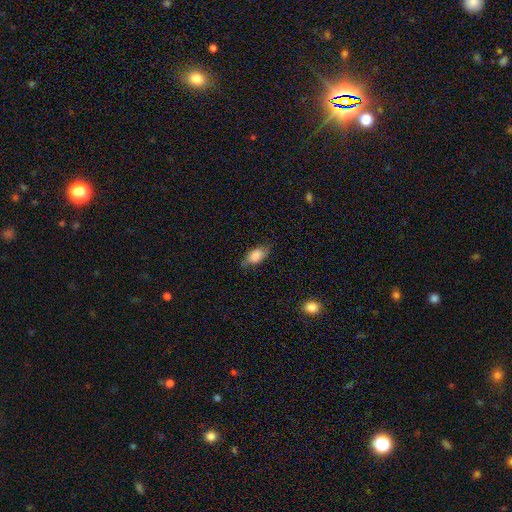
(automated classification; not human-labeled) The model was most divided on "merging": none: 67%, minor disturbance: 26%, major disturbance: 6%, merger: 1%. More confident: how rounded — in between (88%); smooth or featured — smooth (80%).